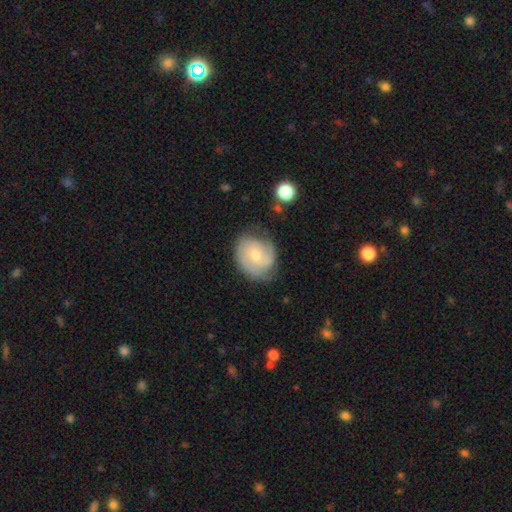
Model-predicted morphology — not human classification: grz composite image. It shows a featured or disk galaxy (70%) with no bar (66%), 2 (45%) tight (58%) spiral arms (92%) and a moderate central bulge (48%). Merging: none (66%).